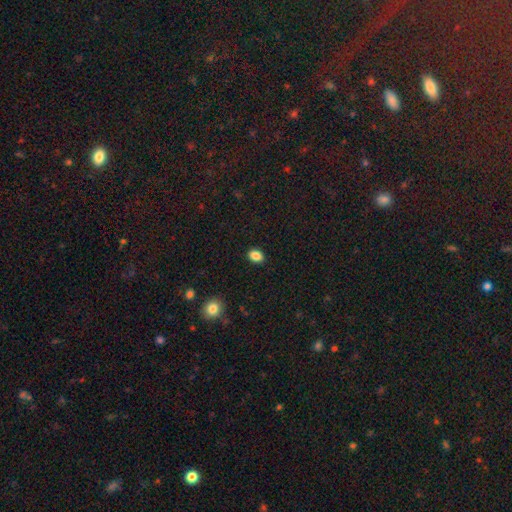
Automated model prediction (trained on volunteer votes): Smooth or featured? smooth (87%)
How rounded? in between (70%)
Merging? none (89%)